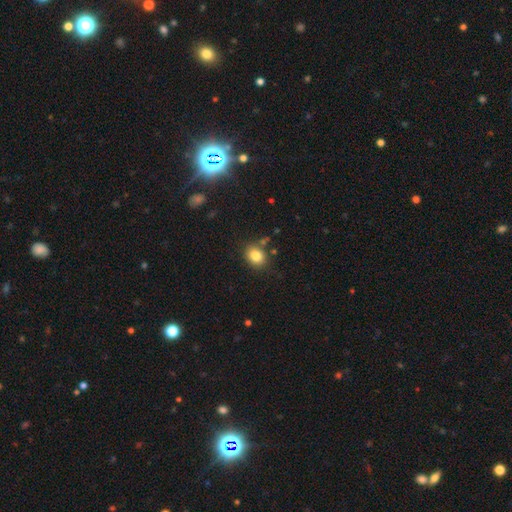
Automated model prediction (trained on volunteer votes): The model was most divided on "how rounded": round: 56%, in between: 43%, cigar-shaped: 1%. More confident: smooth or featured — smooth (82%); merging — none (81%).